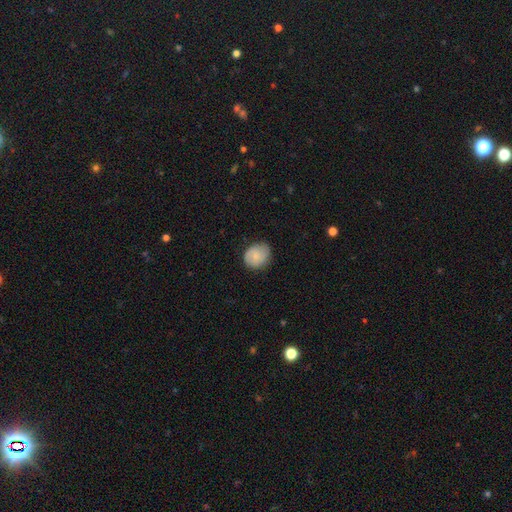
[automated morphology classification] smooth 71%, featured or disk 22%, star or artifact 7%. Down the decision tree: how rounded — round (65%); merging — none (77%).